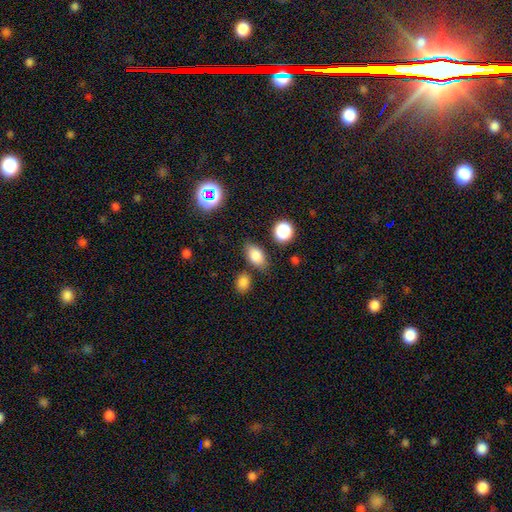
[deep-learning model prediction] Overall: smooth (80%). How rounded: in between (86%). Merging: none (78%).